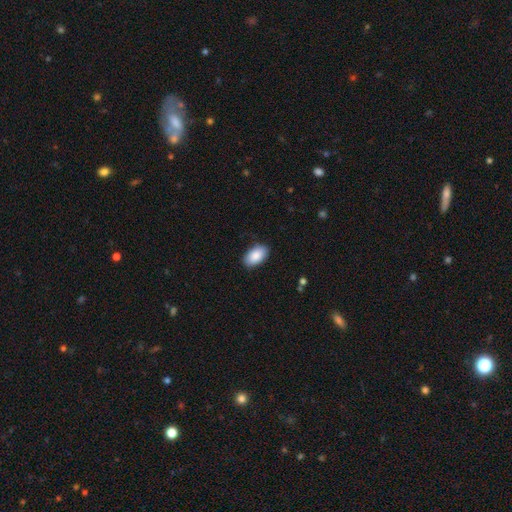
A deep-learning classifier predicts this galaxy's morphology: This appears to be a smooth galaxy with no disk features (89%) that is in between round and cigar-shaped (94%). Merging: none (86%).